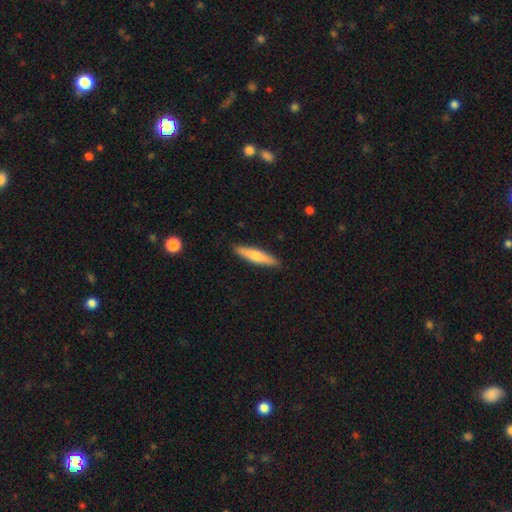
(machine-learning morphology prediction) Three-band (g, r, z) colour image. It shows a smooth galaxy with no disk features (64%) that is cigar-shaped (84%). Merging: none (90%).